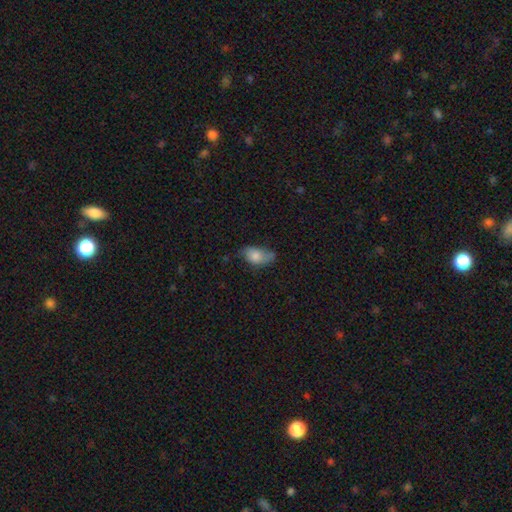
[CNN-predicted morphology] type=smooth (78%); roundness=in between (89%); merging=none (47%).